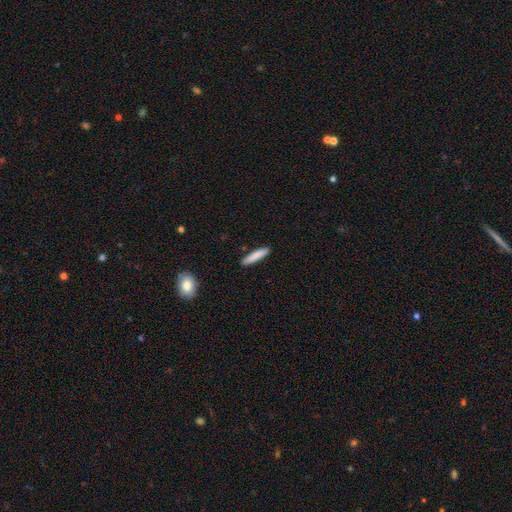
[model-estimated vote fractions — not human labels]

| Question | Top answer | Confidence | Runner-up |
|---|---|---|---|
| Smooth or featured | smooth | 85% | featured or disk (9%) |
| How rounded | cigar-shaped | 89% | in between (10%) |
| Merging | none | 89% | minor disturbance (8%) |